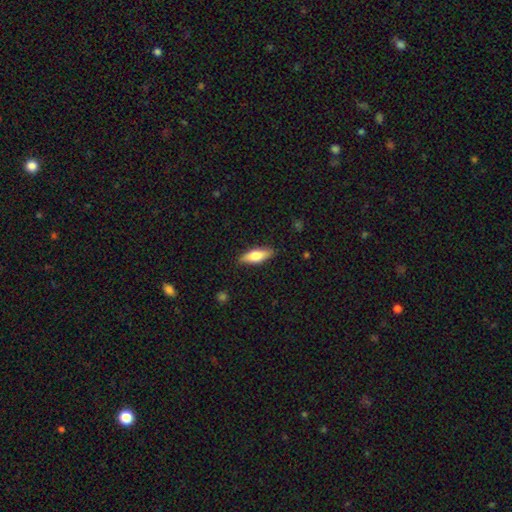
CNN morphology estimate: smooth-or-featured: smooth: 68% | featured or disk: 26% | star or artifact: 6%
  how-rounded: in between: 62% | cigar-shaped: 35% | round: 3%
  merging: none: 86% | minor disturbance: 11% | major disturbance: 2% | merger: 1%